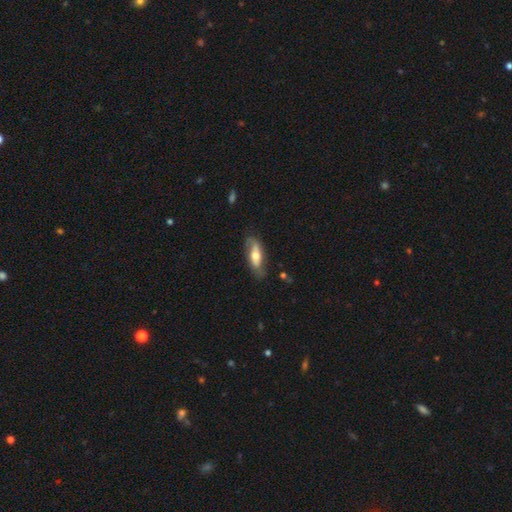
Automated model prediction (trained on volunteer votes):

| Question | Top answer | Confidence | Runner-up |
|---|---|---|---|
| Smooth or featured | featured or disk | 51% | smooth (44%) |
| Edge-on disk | no | 70% | yes (30%) |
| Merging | none | 71% | minor disturbance (21%) |